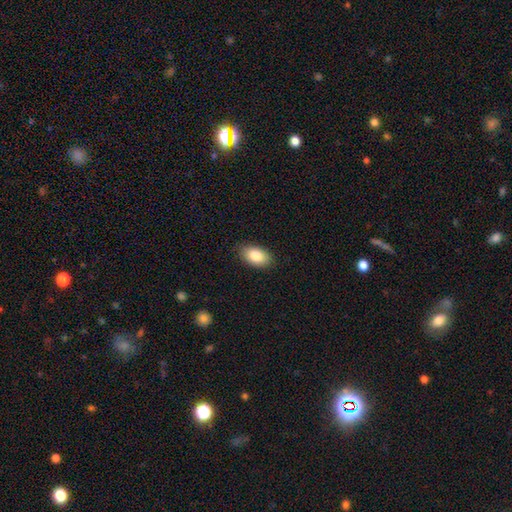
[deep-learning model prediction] Smooth or featured? smooth (84%)
How rounded? in between (92%)
Merging? none (87%)